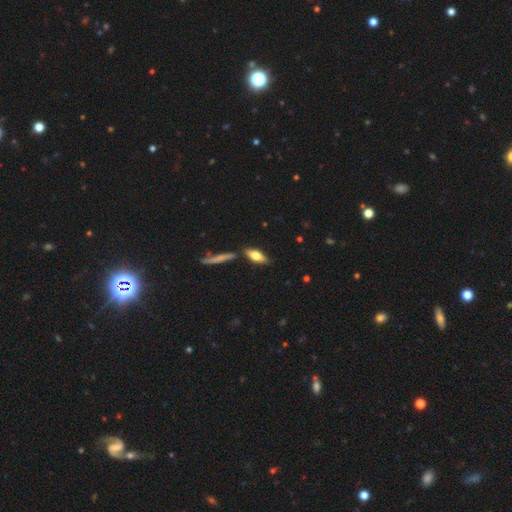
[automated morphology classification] A smooth galaxy with no disk features (62%) that is in between round and cigar-shaped (63%). Merging: none (78%).